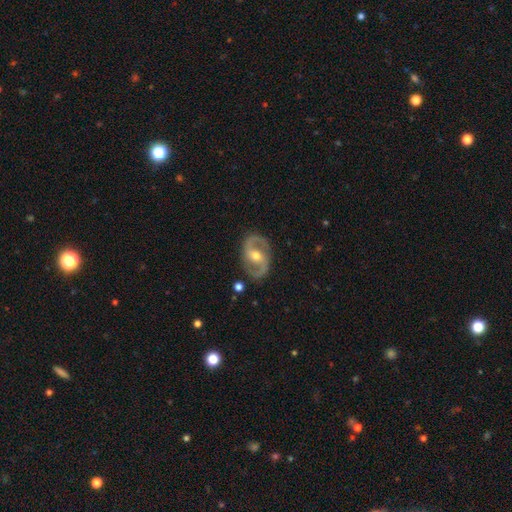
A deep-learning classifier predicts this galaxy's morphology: Q: Smooth or featured?
A: featured or disk (90%); runner-up: smooth (6%)
Q: Edge-on disk?
A: no (97%); runner-up: yes (3%)
Q: Bar?
A: weak (41%); runner-up: no (33%)
Q: Spiral arms?
A: yes (95%); runner-up: no (5%)
Q: Spiral winding?
A: medium (57%); runner-up: loose (22%)
Q: Spiral arm count?
A: 2 (94%); runner-up: can't tell (2%)
Q: Bulge size?
A: moderate (70%); runner-up: small (25%)
Q: Merging?
A: none (86%); runner-up: minor disturbance (10%)